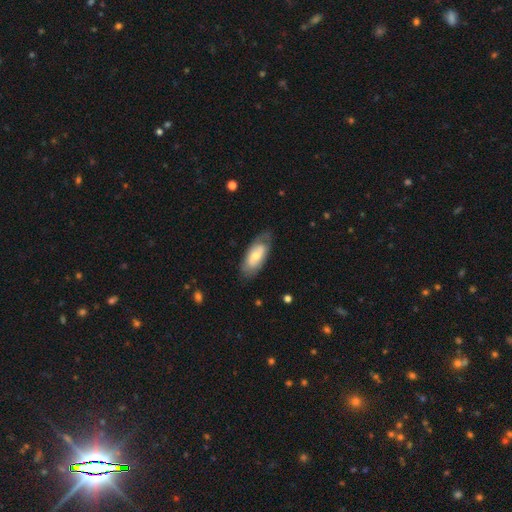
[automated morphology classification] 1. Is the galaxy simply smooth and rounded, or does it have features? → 53% smooth, 41% featured or disk, 6% star or artifact.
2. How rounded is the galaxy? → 86% in between, 12% cigar-shaped, 3% round.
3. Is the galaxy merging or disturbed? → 71% none, 20% minor disturbance, 7% major disturbance, 1% merger.